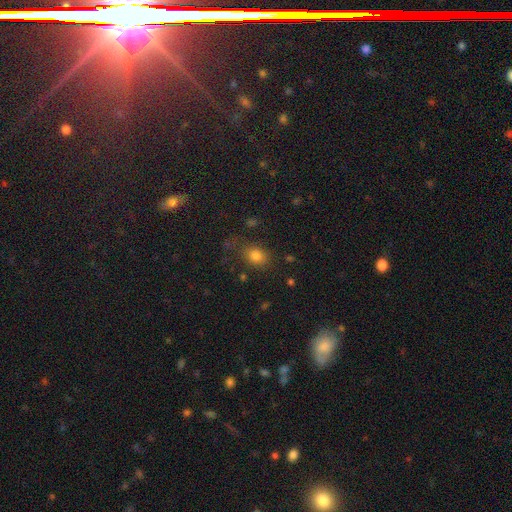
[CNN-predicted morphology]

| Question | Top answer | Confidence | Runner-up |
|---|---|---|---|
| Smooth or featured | smooth | 79% | star or artifact (14%) |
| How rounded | in between | 59% | round (40%) |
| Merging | none | 71% | minor disturbance (17%) |